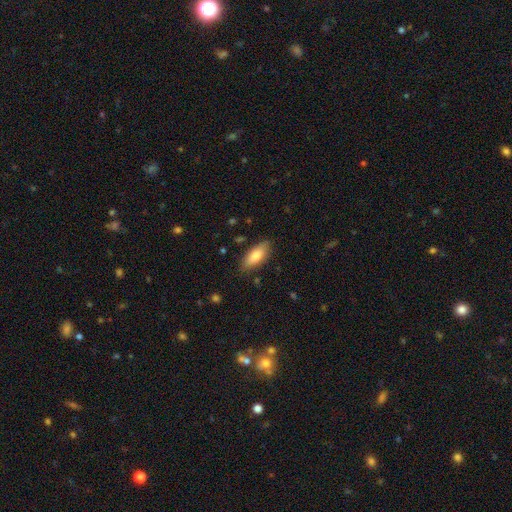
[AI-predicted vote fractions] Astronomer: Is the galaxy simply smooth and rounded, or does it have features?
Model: smooth — 80%.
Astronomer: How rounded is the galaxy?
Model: in between — 80%.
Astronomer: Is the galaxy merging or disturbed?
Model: none — 83%.